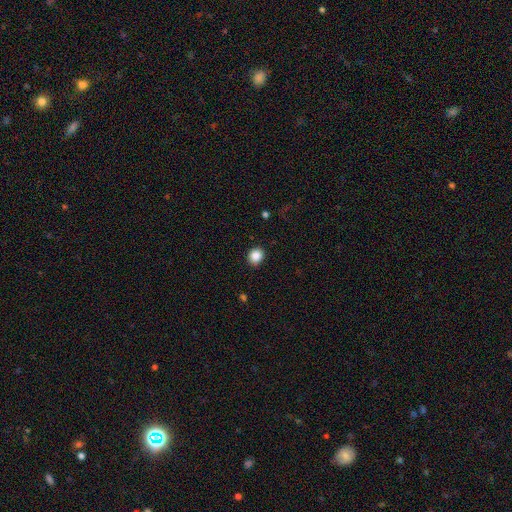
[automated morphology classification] smooth 87%, star or artifact 9%, featured or disk 4%. Down the decision tree: how rounded — round (72%); merging — none (90%).